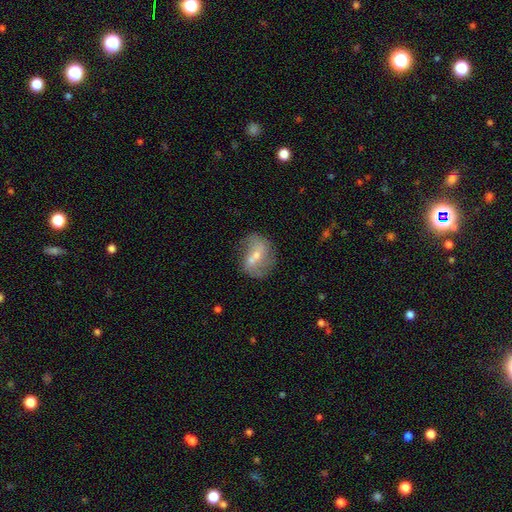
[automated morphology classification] A featured or disk galaxy (57%) with no bar (43%), spiral arms (58%) and a moderate central bulge (47%). Merging: none (46%).